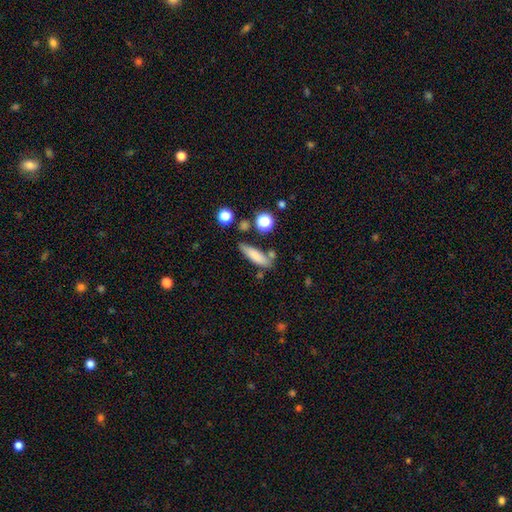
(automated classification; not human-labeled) Smooth or featured? Predicted: smooth (p=0.78). How rounded? Predicted: cigar-shaped (p=0.59). Merging? Predicted: none (p=0.66).